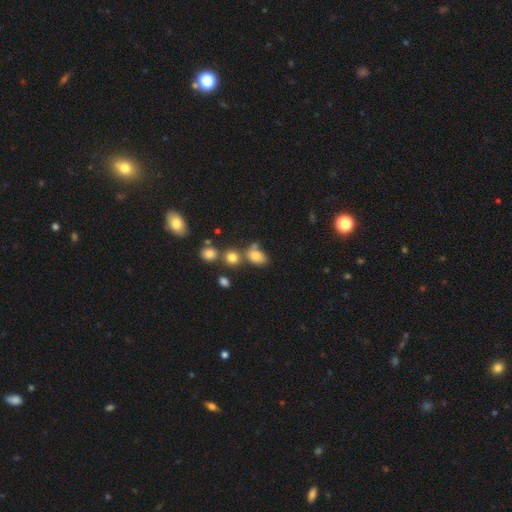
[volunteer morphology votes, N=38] smooth-or-featured: smooth: 82% | featured or disk: 13% | star or artifact: 5%
  how-rounded: in between: 71% | round: 29% | cigar-shaped: 0%
  merging: none: 64% | merger: 22% | minor disturbance: 14% | major disturbance: 0%